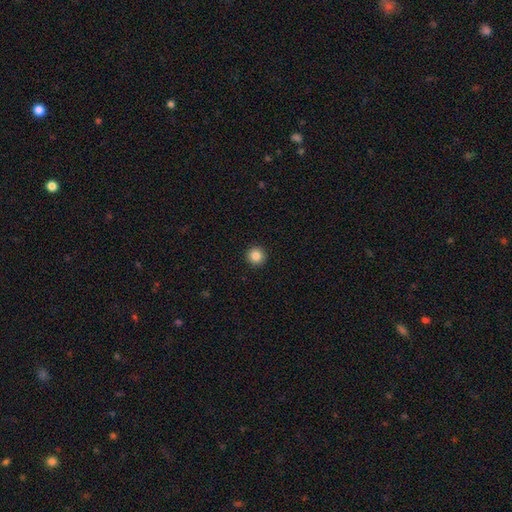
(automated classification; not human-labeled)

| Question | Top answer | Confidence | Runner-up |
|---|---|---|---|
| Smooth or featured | smooth | 86% | star or artifact (10%) |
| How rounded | round | 96% | in between (3%) |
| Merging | none | 93% | minor disturbance (4%) |